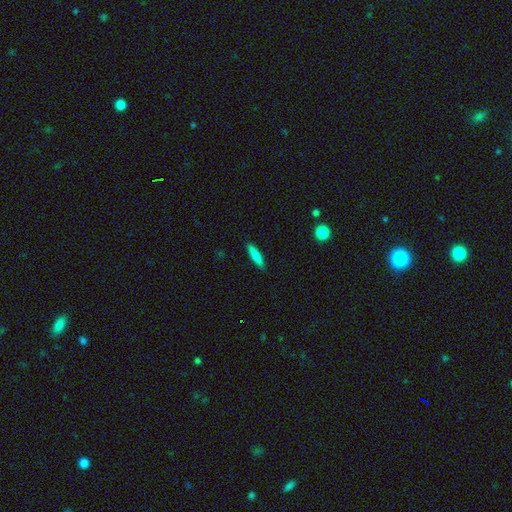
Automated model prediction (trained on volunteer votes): A smooth galaxy with no disk features (78%) that is cigar-shaped (82%).

Vote fractions:
- Smooth or featured? smooth: 78% / featured or disk: 16% / star or artifact: 6%
- How rounded? cigar-shaped: 82% / in between: 17% / round: 2%
- Merging? none: 89% / minor disturbance: 8% / major disturbance: 2% / merger: 1%